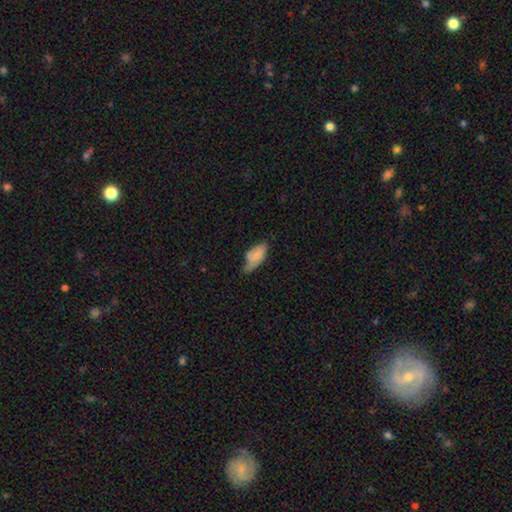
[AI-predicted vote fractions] Smooth or featured? smooth (79%)
How rounded? in between (90%)
Merging? minor disturbance (46%)